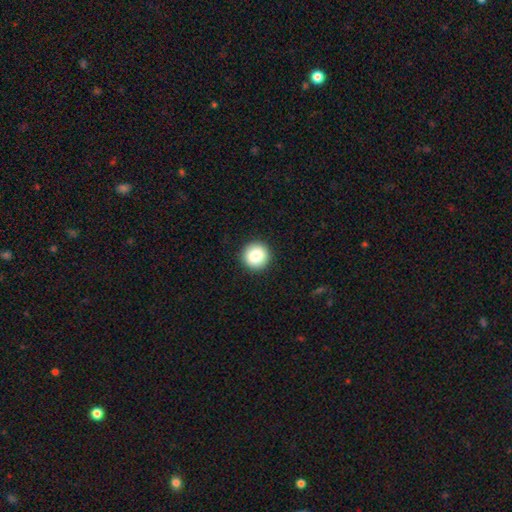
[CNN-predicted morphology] Smooth or featured? Predicted: smooth (p=0.83). How rounded? Predicted: round (p=0.96). Merging? Predicted: none (p=0.93).